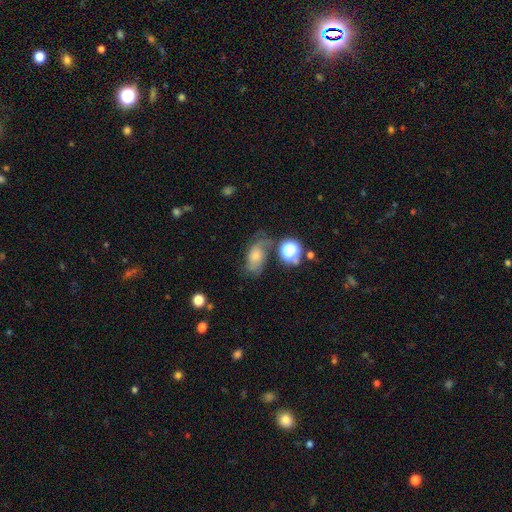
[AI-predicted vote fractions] Smooth or featured?
  - featured or disk: 39% * (tied)
  - smooth: 39% * (tied)
  - star or artifact: 23%
Merging?
  - none: 61% *
  - minor disturbance: 21%
  - major disturbance: 11%
  - merger: 7%